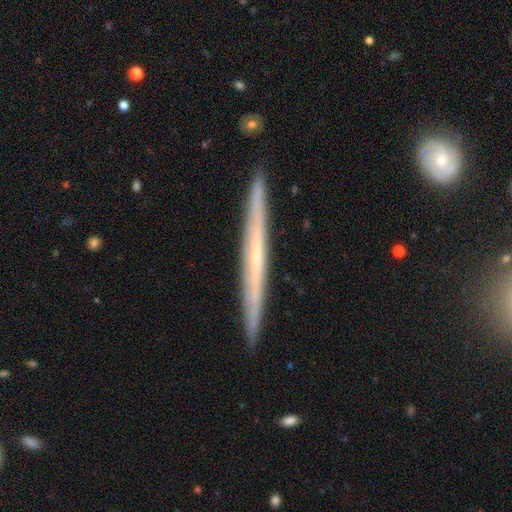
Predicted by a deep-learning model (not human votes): Overall: featured or disk (65%; smooth 29%). Edge-on disk: yes (96%). Edge-on bulge: none (83%). Merging: none (91%).